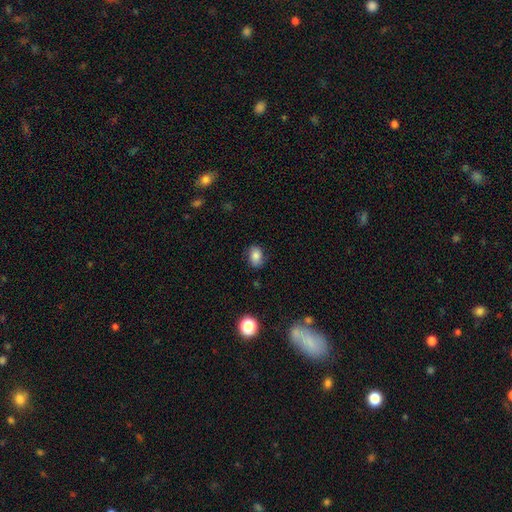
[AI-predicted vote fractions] A smooth galaxy with no disk features (82%) that is in between round and cigar-shaped (77%).

Vote fractions:
- Smooth or featured? smooth: 82% / star or artifact: 10% / featured or disk: 8%
- How rounded? in between: 77% / round: 21% / cigar-shaped: 1%
- Merging? none: 78% / minor disturbance: 16% / major disturbance: 4% / merger: 1%